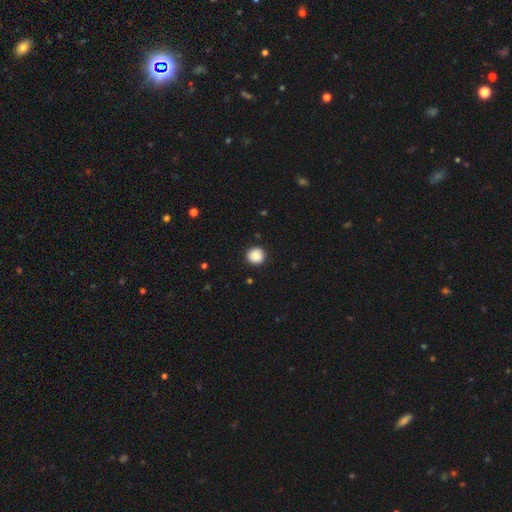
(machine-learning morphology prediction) type=smooth (88%); roundness=round (93%); merging=none (90%).